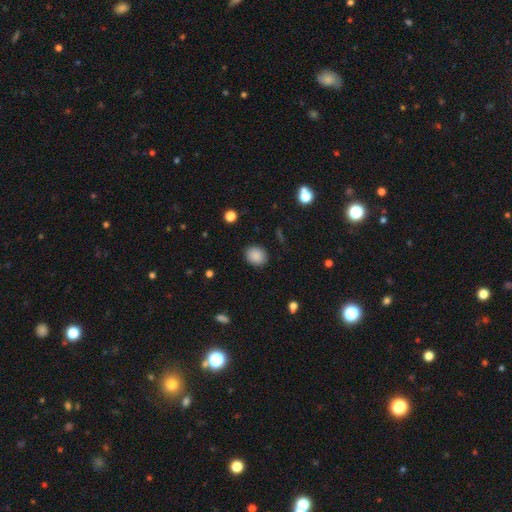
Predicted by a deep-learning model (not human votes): This is clearly a smooth galaxy (87%). How rounded: likely round (62%). Merging: clearly none (89%).